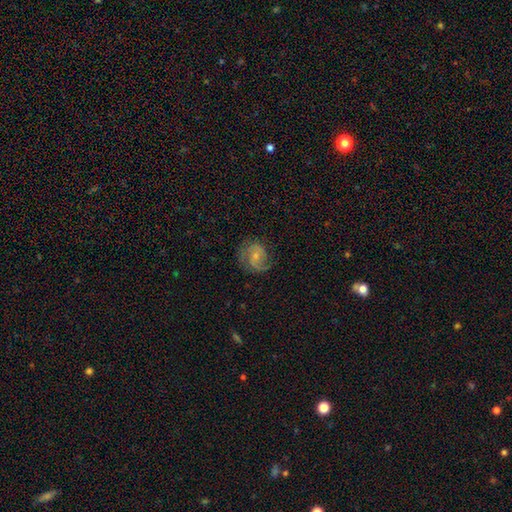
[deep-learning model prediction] This is likely a featured or disk galaxy (72%). It is clearly not viewed edge-on (98%). Bar: possibly no (48%). Spiral arm pattern: clearly yes (93%). Spiral arm count: likely 2 (73%). Spiral winding: possibly medium (49%). Central bulge: likely small (61%). Merging: likely none (68%).